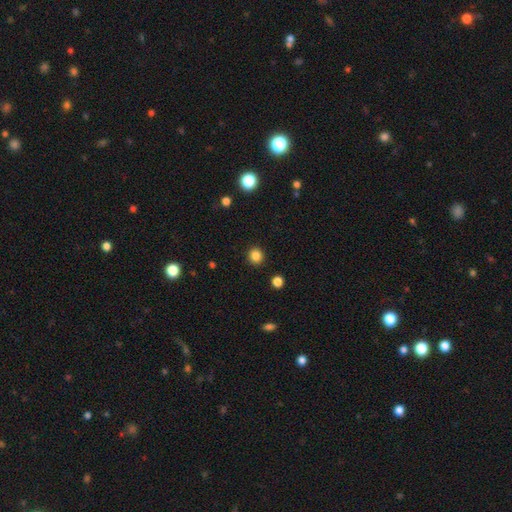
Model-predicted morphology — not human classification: Smooth or featured: smooth — 85% (star or artifact — 12%)
How rounded: round — 92% (in between — 7%)
Merging: none — 92% (minor disturbance — 5%)